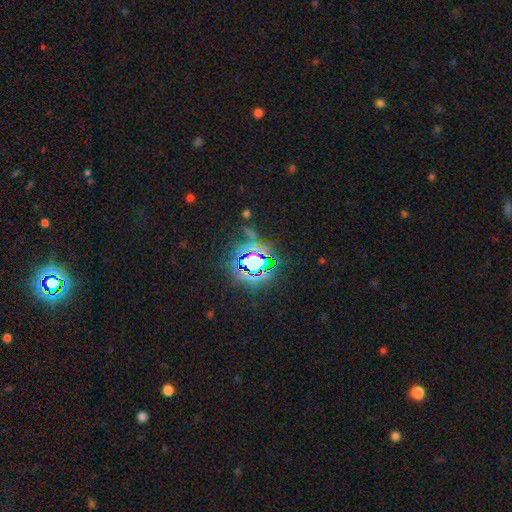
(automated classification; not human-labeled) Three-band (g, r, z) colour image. It shows a star or artifact, not a galaxy (75%).